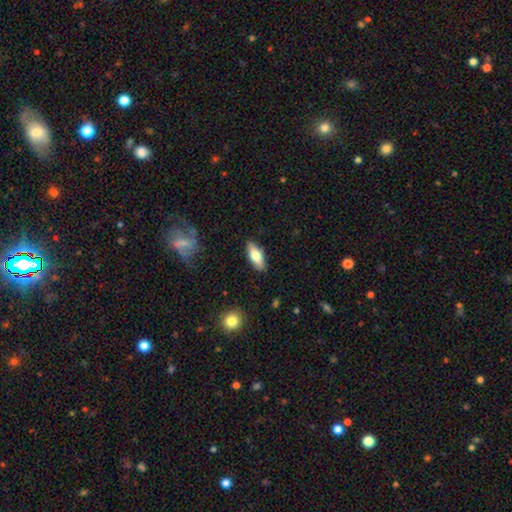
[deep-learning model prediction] Overall: smooth (64%; featured or disk 30%). How rounded: in between (67%; cigar-shaped 30%). Merging: none (87%).